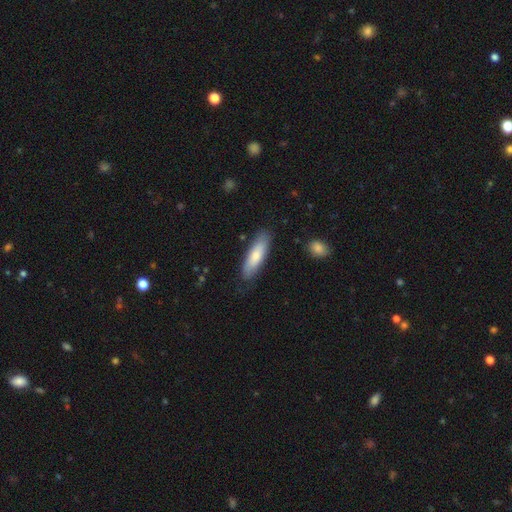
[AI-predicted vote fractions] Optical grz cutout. It shows a smooth galaxy with no disk features (73%) that is cigar-shaped (53%). Merging: none (80%).